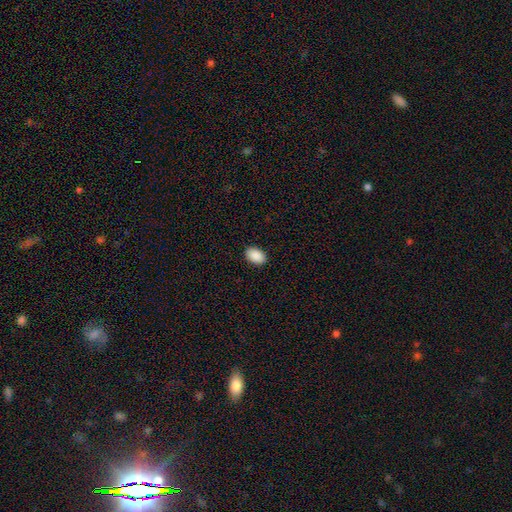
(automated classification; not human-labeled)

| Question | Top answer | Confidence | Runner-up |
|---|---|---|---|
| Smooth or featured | smooth | 91% | star or artifact (7%) |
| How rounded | in between | 88% | round (11%) |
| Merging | none | 90% | minor disturbance (7%) |